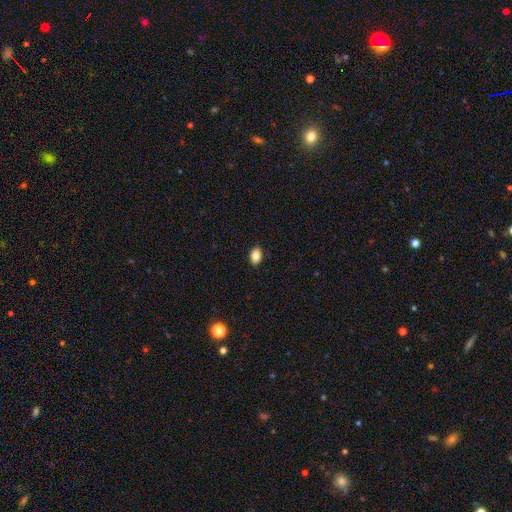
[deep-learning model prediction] A smooth galaxy with no disk features (84%) that is in between round and cigar-shaped (85%).

Vote fractions:
- Smooth or featured? smooth: 84% / star or artifact: 9% / featured or disk: 7%
- How rounded? in between: 85% / round: 14% / cigar-shaped: 2%
- Merging? none: 89% / minor disturbance: 8% / major disturbance: 2% / merger: 1%